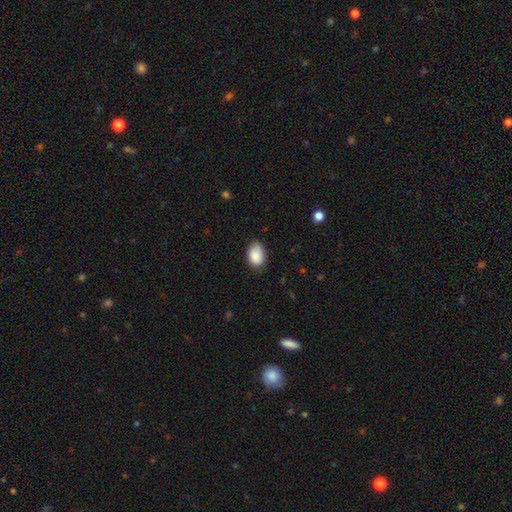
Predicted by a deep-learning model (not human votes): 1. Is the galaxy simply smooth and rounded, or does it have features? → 88% smooth, 7% star or artifact, 5% featured or disk.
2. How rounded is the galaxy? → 85% in between, 14% round, 1% cigar-shaped.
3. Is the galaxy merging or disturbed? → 76% none, 20% minor disturbance, 3% major disturbance, 1% merger.